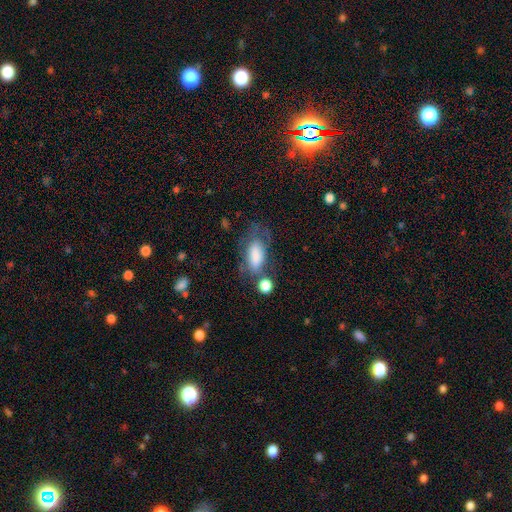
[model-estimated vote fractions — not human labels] Smooth or featured?
  - smooth: 70% *
  - featured or disk: 23%
  - star or artifact: 8%
How rounded?
  - in between: 88% *
  - cigar-shaped: 6%
  - round: 5%
Merging?
  - none: 37% *
  - minor disturbance: 24%
  - major disturbance: 23%
  - merger: 16%